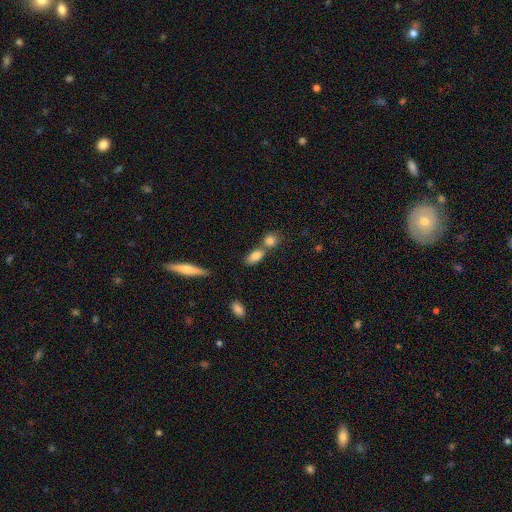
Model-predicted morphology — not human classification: smooth_or_featured: smooth (p=0.80) [alt: featured or disk p=0.11]
how_rounded: in between (p=0.79) [alt: cigar-shaped p=0.11]
merging: none (p=0.44) [alt: merger p=0.43]